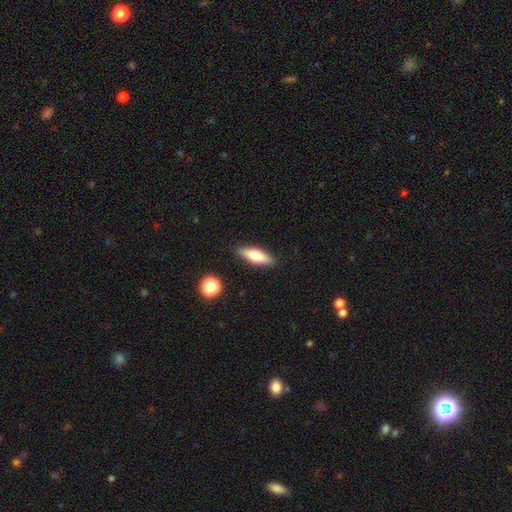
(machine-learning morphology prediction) smooth 63%, featured or disk 30%, star or artifact 7%. Down the decision tree: how rounded — cigar-shaped (49%); merging — none (87%).